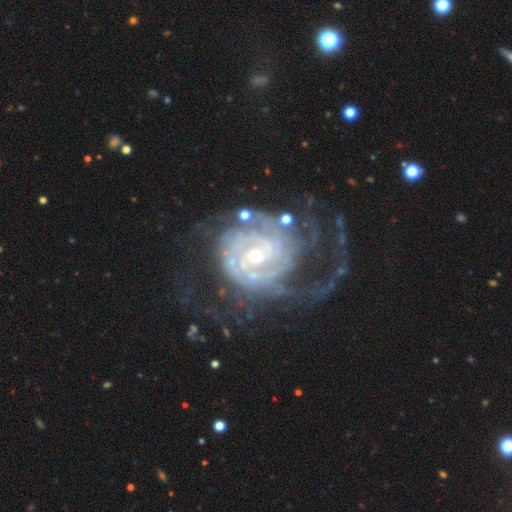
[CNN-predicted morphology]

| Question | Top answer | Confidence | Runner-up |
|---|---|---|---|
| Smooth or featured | featured or disk | 90% | star or artifact (5%) |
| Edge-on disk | no | 98% | yes (2%) |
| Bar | no | 61% | weak (29%) |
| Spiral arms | yes | 96% | no (4%) |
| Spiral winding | tight | 63% | medium (28%) |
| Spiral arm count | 2 | 30% | can't tell (29%) |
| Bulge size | small | 59% | moderate (36%) |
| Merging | none | 47% | major disturbance (32%) |